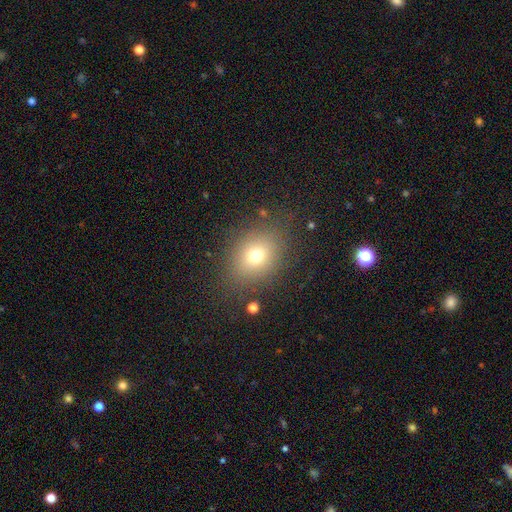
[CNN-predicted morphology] This is likely a smooth galaxy (72%). How rounded: possibly in between (52%). Merging: clearly none (80%).